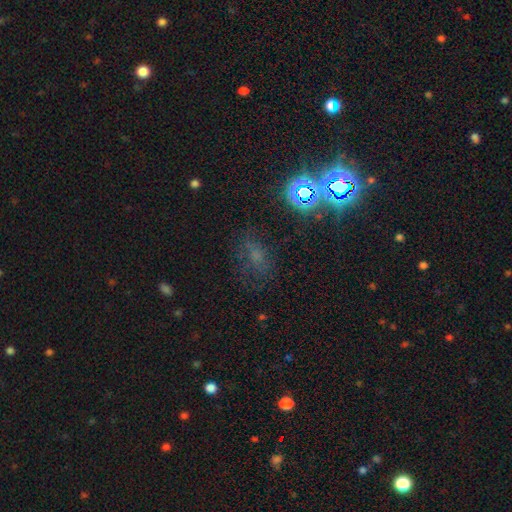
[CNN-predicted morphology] Smooth or featured?
  - star or artifact: 46% *
  - smooth: 37%
  - featured or disk: 17%